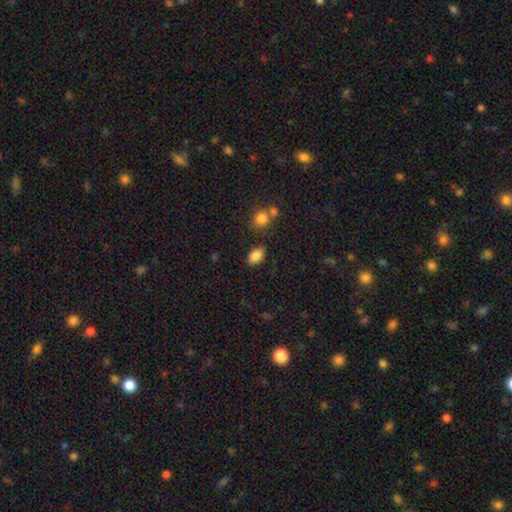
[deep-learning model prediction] This is clearly a smooth galaxy (86%). How rounded: clearly in between (88%). Merging: likely none (80%).